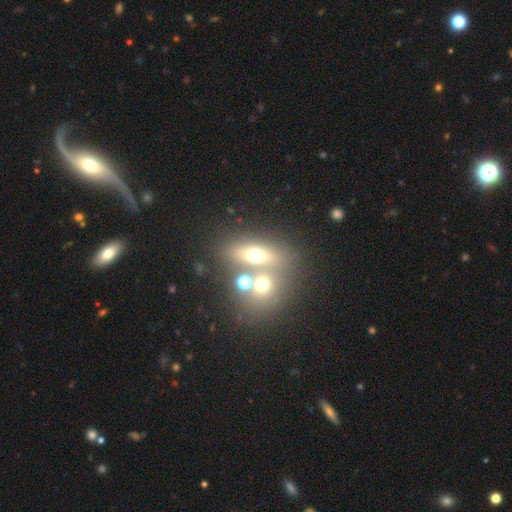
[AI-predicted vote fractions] This appears to be a smooth galaxy with no disk features (53%) that is in between round and cigar-shaped (57%). Merging: none (43%, tied with merger).